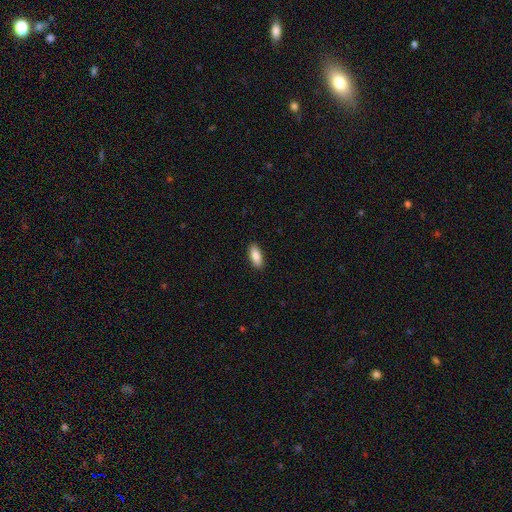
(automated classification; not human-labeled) Smooth or featured?
  - smooth: 88% *
  - star or artifact: 6%
  - featured or disk: 6%
How rounded?
  - in between: 82% *
  - cigar-shaped: 16%
  - round: 2%
Merging?
  - none: 90% *
  - minor disturbance: 7%
  - major disturbance: 2%
  - merger: 1%